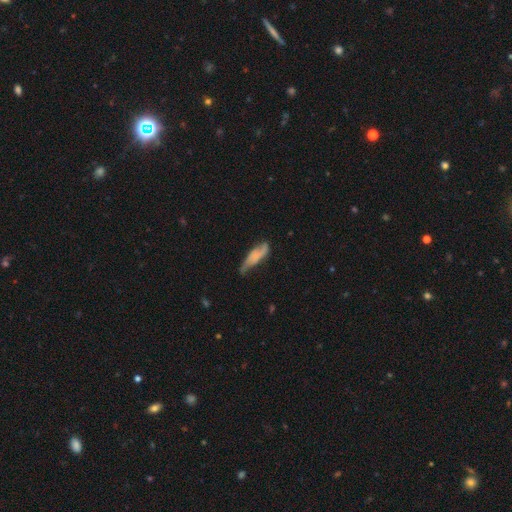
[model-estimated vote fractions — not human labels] smooth-or-featured: smooth: 54% | featured or disk: 38% | star or artifact: 8%
  how-rounded: cigar-shaped: 57% | in between: 41% | round: 2%
  merging: none: 42% | minor disturbance: 37% | major disturbance: 17% | merger: 4%